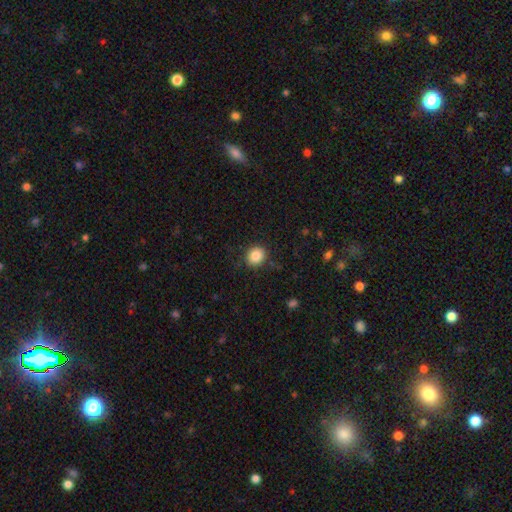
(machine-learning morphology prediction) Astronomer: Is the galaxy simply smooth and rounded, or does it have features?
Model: smooth — 86%.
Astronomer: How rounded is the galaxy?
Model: round — 81%.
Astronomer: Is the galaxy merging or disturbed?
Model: none — 88%.